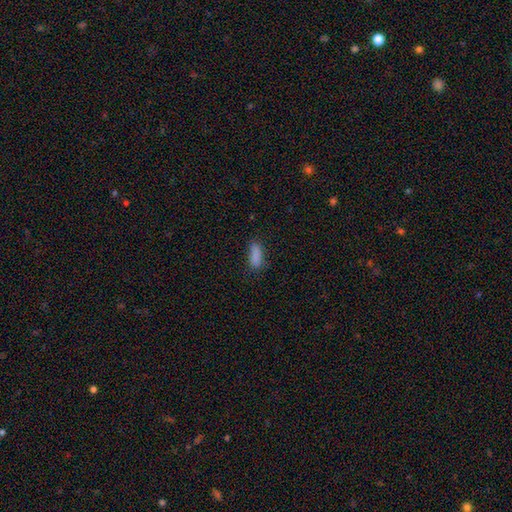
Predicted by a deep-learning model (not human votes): smooth 85%, star or artifact 10%, featured or disk 6%. Down the decision tree: how rounded — in between (72%); merging — none (68%).